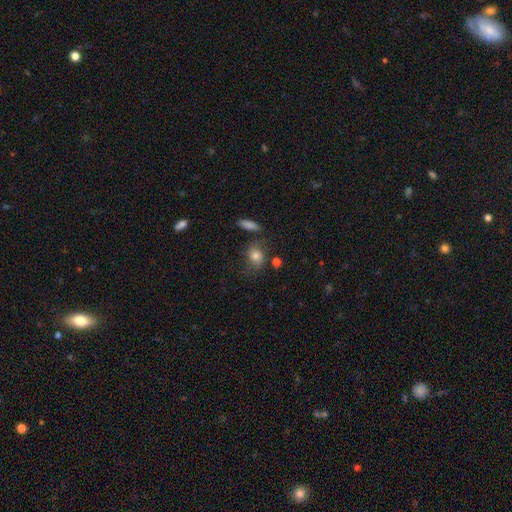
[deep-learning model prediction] smooth-or-featured: smooth: 74% | featured or disk: 15% | star or artifact: 11%
  how-rounded: in between: 54% | round: 44% | cigar-shaped: 2%
  merging: none: 59% | minor disturbance: 22% | major disturbance: 11% | merger: 8%